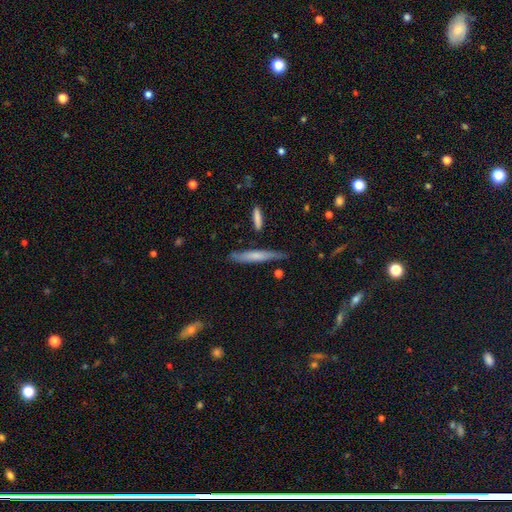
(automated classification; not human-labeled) Smooth or featured: smooth — 55% (featured or disk — 38%)
How rounded: cigar-shaped — 92% (in between — 7%)
Merging: none — 75% (minor disturbance — 17%)